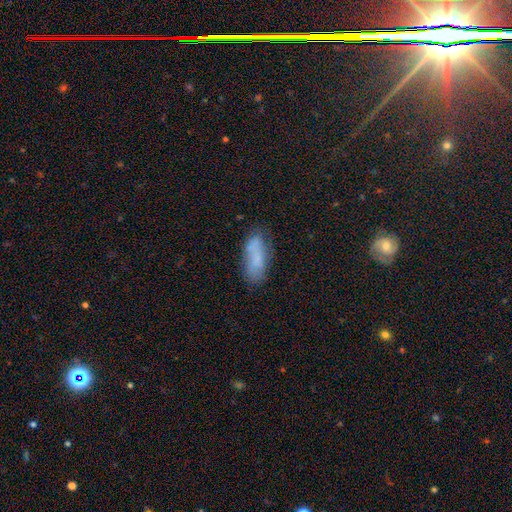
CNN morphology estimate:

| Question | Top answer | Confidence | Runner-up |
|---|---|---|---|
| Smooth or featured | smooth | 71% | featured or disk (20%) |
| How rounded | in between | 73% | cigar-shaped (25%) |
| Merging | none | 60% | minor disturbance (24%) |